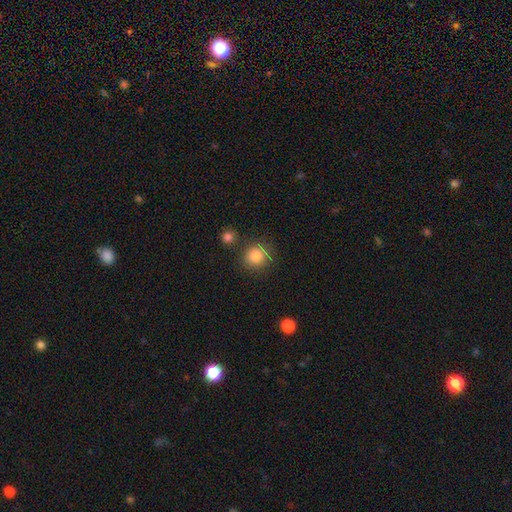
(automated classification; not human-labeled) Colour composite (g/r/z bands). It shows a smooth galaxy with no disk features (83%) that is round (90%). Merging: none (80%).